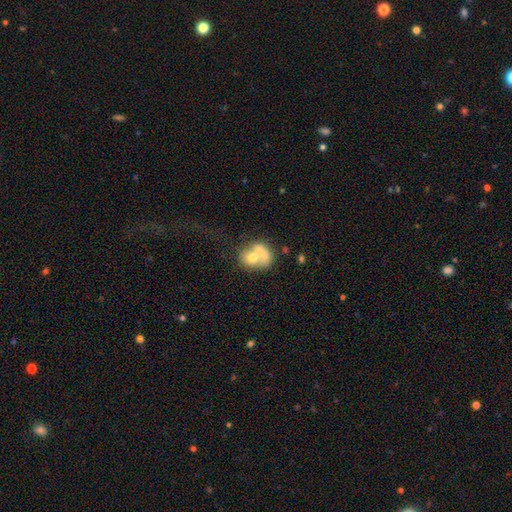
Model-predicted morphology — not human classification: A smooth galaxy with no disk features (60%) that is round (52%). Merging: merger (50%).